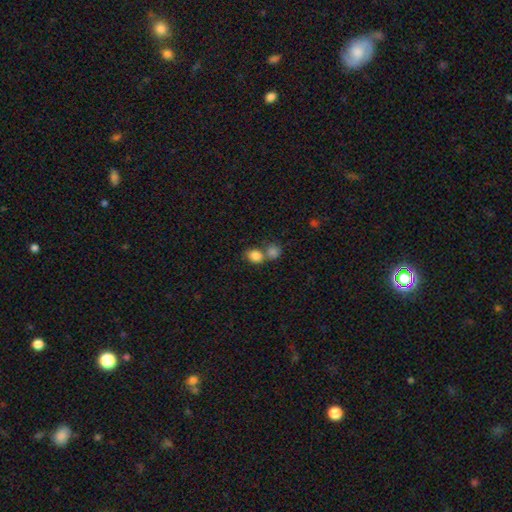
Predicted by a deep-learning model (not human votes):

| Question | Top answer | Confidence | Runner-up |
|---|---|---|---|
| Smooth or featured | smooth | 84% | star or artifact (9%) |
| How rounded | round | 52% | in between (47%) |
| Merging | merger | 46% | none (41%) |